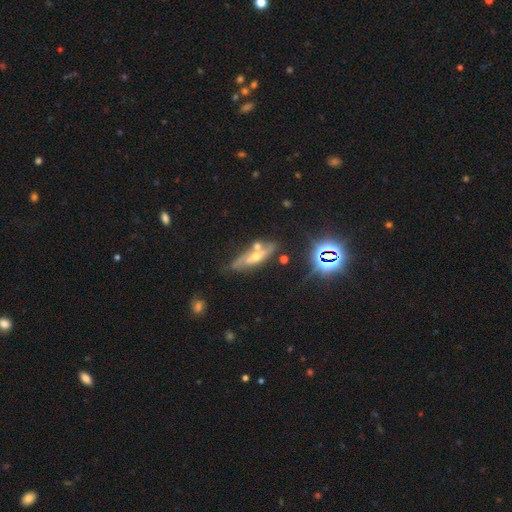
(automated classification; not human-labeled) smooth_or_featured: featured or disk (p=0.55) [alt: smooth p=0.30]
disk_edge_on: yes (p=0.56) [alt: no p=0.44]
merging: none (p=0.62) [alt: minor disturbance p=0.18]